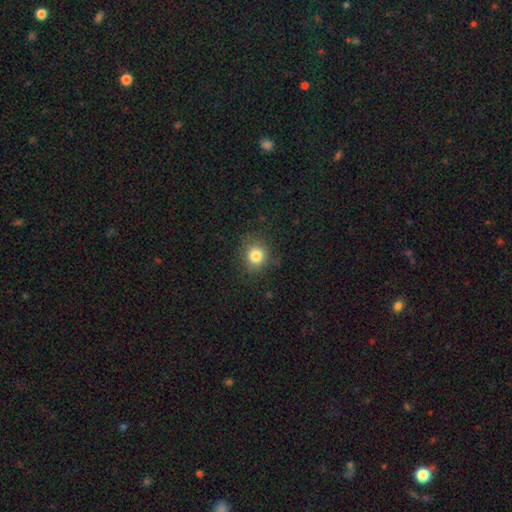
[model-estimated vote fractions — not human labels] smooth-or-featured: smooth: 82% | star or artifact: 12% | featured or disk: 6%
  how-rounded: round: 83% | in between: 16% | cigar-shaped: 1%
  merging: none: 84% | minor disturbance: 11% | major disturbance: 4% | merger: 1%